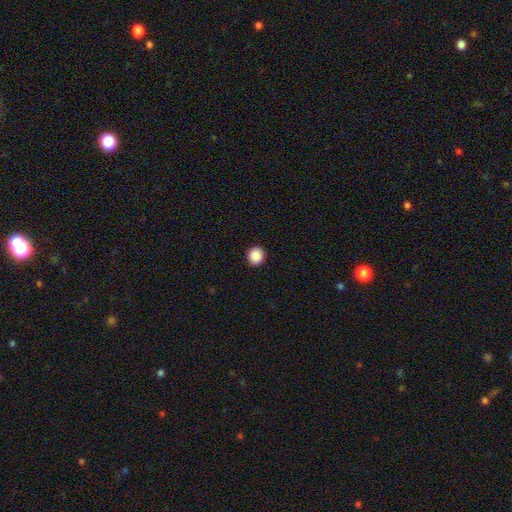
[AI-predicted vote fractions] smooth 89%, star or artifact 9%, featured or disk 2%. Down the decision tree: how rounded — round (90%); merging — none (93%).